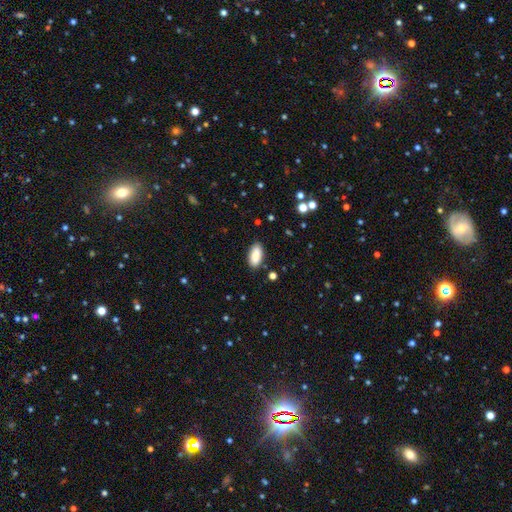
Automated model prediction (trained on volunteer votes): smooth-or-featured: smooth: 89% | star or artifact: 7% | featured or disk: 4%
  how-rounded: in between: 90% | cigar-shaped: 7% | round: 2%
  merging: none: 87% | minor disturbance: 9% | major disturbance: 2% | merger: 1%